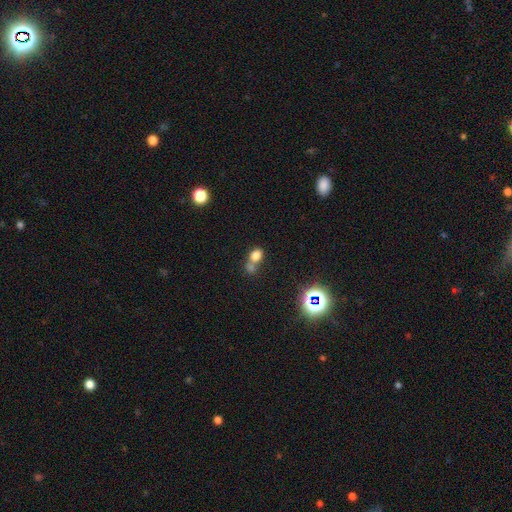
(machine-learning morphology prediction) Smooth or featured? Predicted: smooth (p=0.75). How rounded? Predicted: in between (p=0.57). Merging? Predicted: merger (p=0.53).